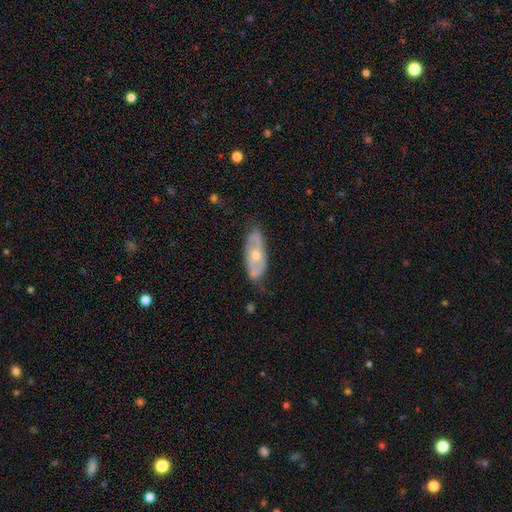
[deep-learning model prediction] This is likely a featured or disk galaxy (64%). It is clearly not viewed edge-on (85%). Bar: likely no (75%). Spiral arm pattern: possibly no (53%). Central bulge: possibly moderate (57%). Merging: likely none (72%).